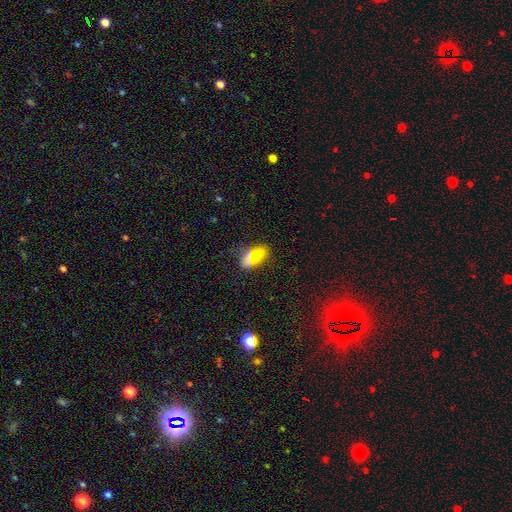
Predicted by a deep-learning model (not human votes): Smooth or featured: smooth — 71% (star or artifact — 19%)
How rounded: in between — 82% (cigar-shaped — 9%)
Merging: none — 72% (minor disturbance — 14%)